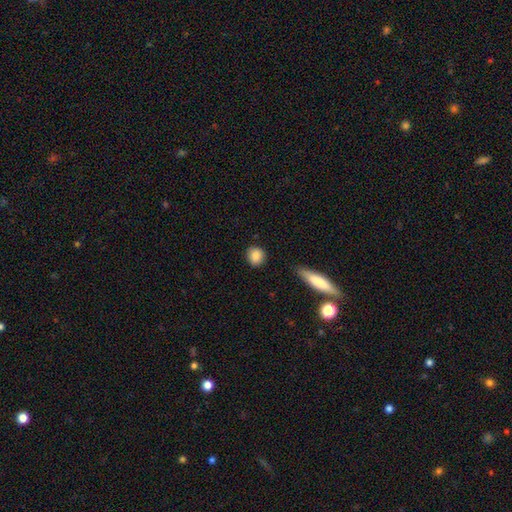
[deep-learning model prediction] smooth 87%, star or artifact 8%, featured or disk 6%. Down the decision tree: how rounded — round (81%); merging — none (87%).